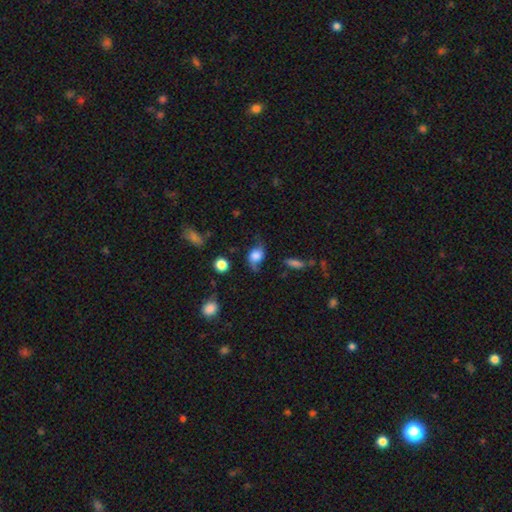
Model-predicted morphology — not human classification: type=smooth (45%, tied with featured or disk); merging=none (55%).